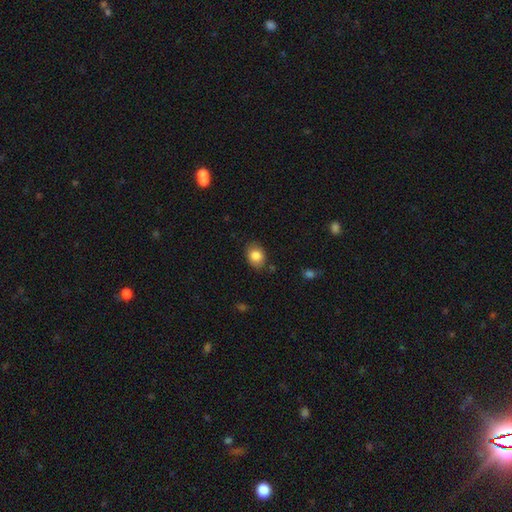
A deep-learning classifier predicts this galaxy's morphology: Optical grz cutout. It shows a smooth galaxy with no disk features (84%) that is in between round and cigar-shaped (61%). Merging: none (82%).